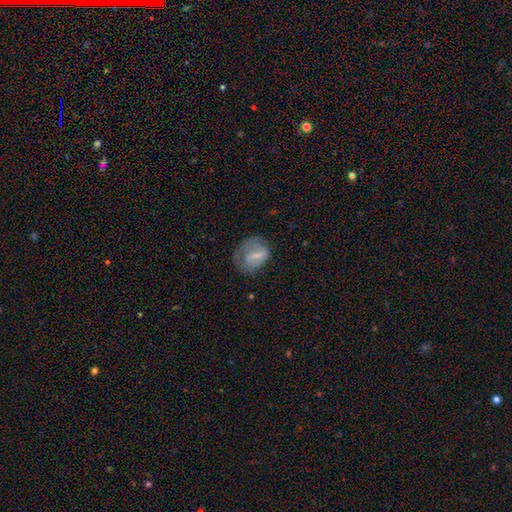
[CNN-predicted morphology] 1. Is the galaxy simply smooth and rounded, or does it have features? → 46% smooth, 45% featured or disk, 8% star or artifact.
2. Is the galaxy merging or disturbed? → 40% none, 31% major disturbance, 28% minor disturbance, 2% merger.